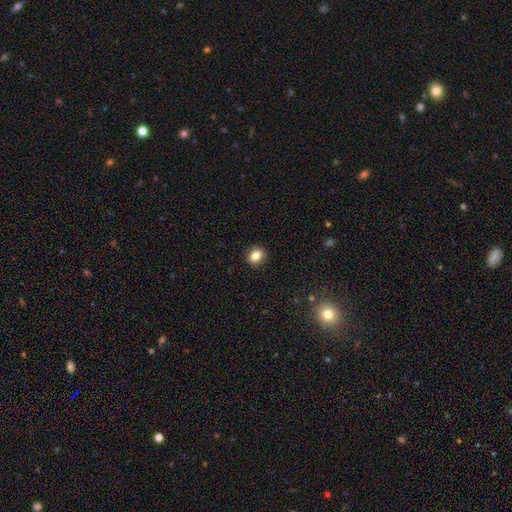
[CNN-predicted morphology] Smooth or featured? smooth (83%)
How rounded? round (59%)
Merging? none (91%)